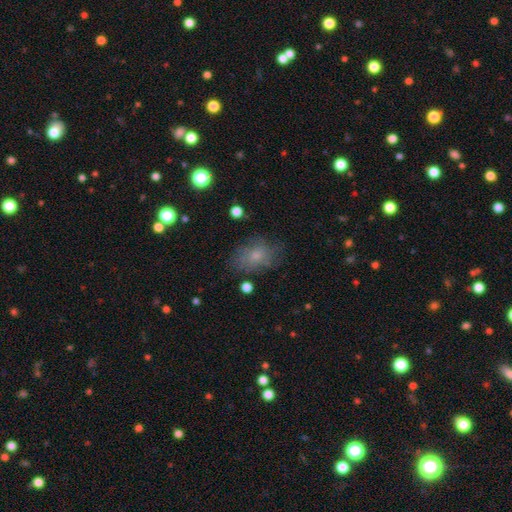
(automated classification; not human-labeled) Smooth or featured: smooth — 63% (featured or disk — 24%)
How rounded: in between — 71% (round — 28%)
Merging: none — 66% (minor disturbance — 21%)